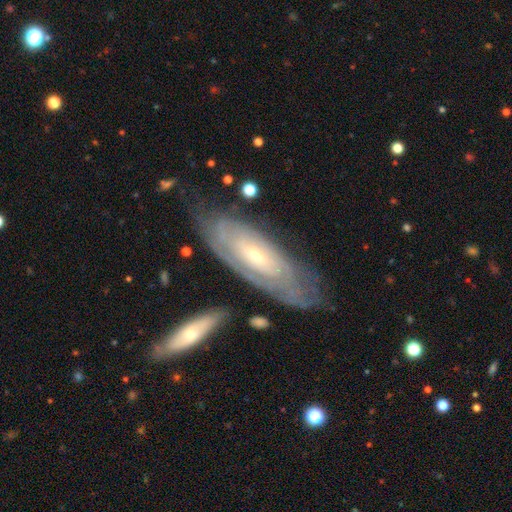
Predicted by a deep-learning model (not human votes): Smooth or featured: featured or disk — 75% (smooth — 19%)
Edge-on disk: no — 83% (yes — 17%)
Bar: no — 69% (weak — 24%)
Spiral arms: yes — 77% (no — 23%)
Bulge size: small — 63% (moderate — 32%)
Merging: none — 67% (minor disturbance — 20%)